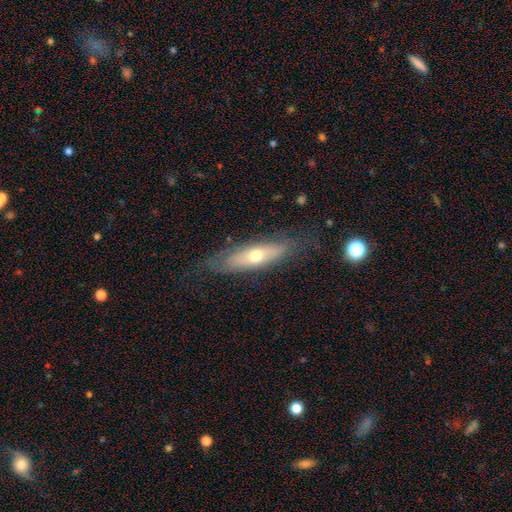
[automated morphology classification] This is possibly a smooth galaxy (47%). Merging: likely none (75%).